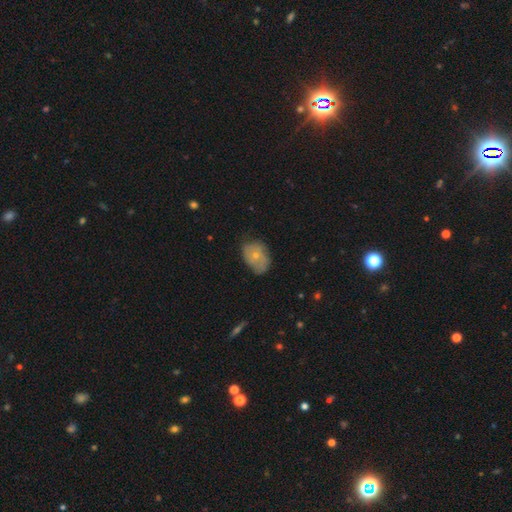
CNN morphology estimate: A smooth galaxy with no disk features (56%) that is in between round and cigar-shaped (70%).

Vote fractions:
- Smooth or featured? smooth: 56% / featured or disk: 36% / star or artifact: 8%
- How rounded? in between: 70% / round: 29% / cigar-shaped: 1%
- Merging? none: 53% / minor disturbance: 35% / major disturbance: 11% / merger: 2%